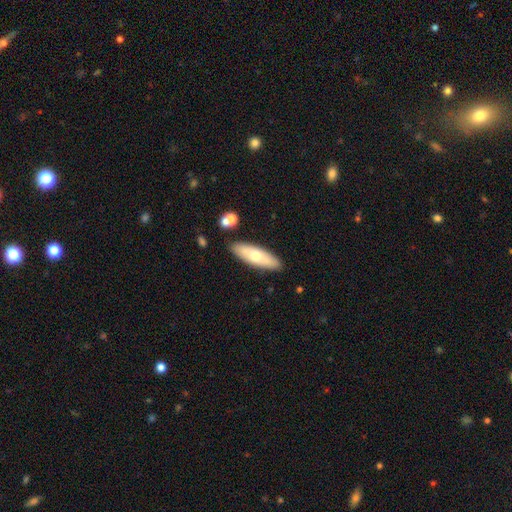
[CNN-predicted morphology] Smooth or featured? Predicted: smooth (p=0.59). How rounded? Predicted: in between (p=0.49, tied with cigar-shaped). Merging? Predicted: none (p=0.86).